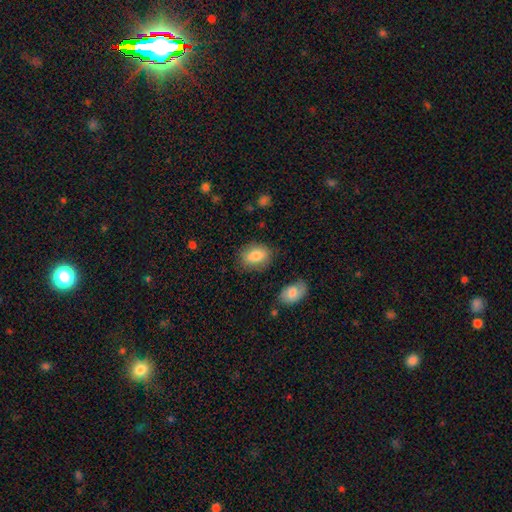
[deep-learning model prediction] smooth_or_featured: smooth (p=0.82) [alt: featured or disk p=0.11]
how_rounded: in between (p=0.83) [alt: round p=0.15]
merging: none (p=0.80) [alt: minor disturbance p=0.14]